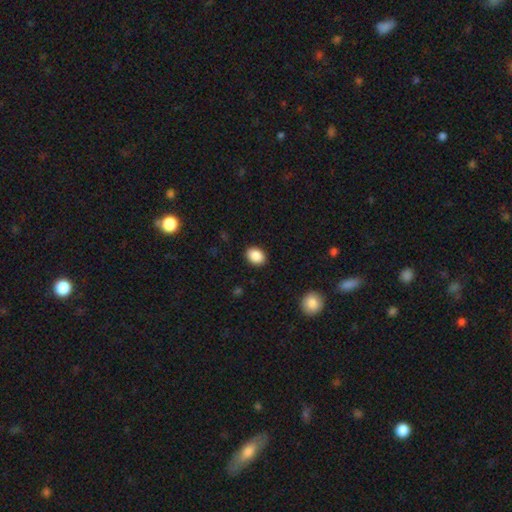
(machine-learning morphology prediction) type=smooth (88%); roundness=in between (65%); merging=none (90%).